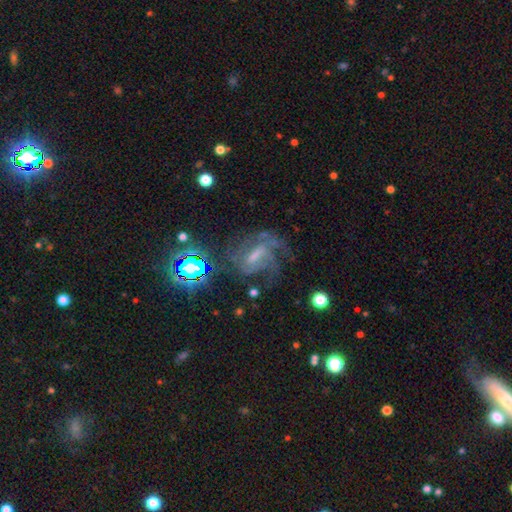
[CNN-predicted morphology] This appears to be a featured or disk galaxy (68%) with a weak bar (44%), medium (44%) spiral arms (86%) and a moderate central bulge (35%). Merging: none (47%).